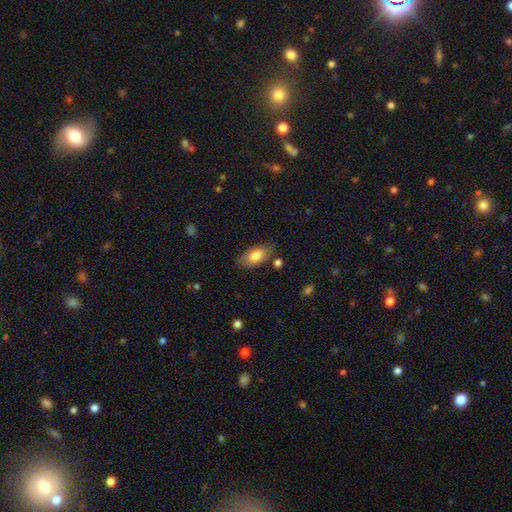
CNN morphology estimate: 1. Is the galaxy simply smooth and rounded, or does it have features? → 81% smooth, 12% featured or disk, 7% star or artifact.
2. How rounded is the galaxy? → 91% in between, 4% cigar-shaped, 4% round.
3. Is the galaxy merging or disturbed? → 78% none, 15% minor disturbance, 4% merger, 3% major disturbance.